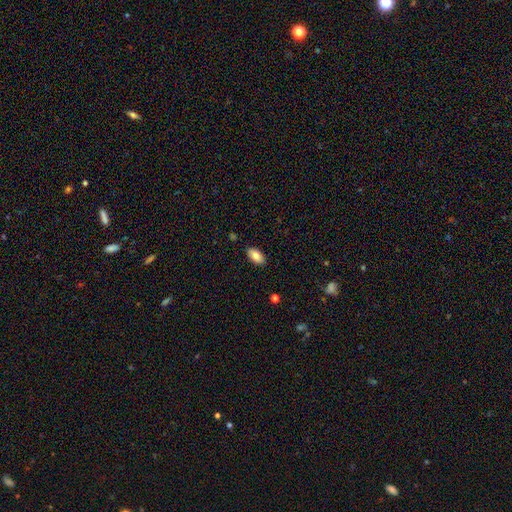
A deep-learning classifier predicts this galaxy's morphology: The model was most divided on "smooth or featured": smooth: 81%, featured or disk: 12%, star or artifact: 7%. More confident: how rounded — in between (93%); merging — none (89%).